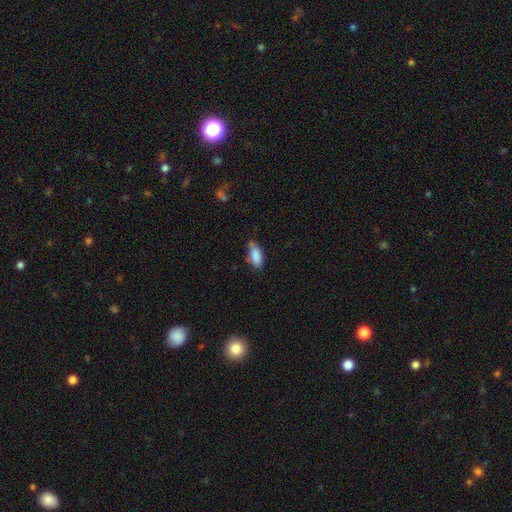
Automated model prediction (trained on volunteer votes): This appears to be a smooth galaxy with no disk features (85%) that is in between round and cigar-shaped (85%). Merging: none (55%).